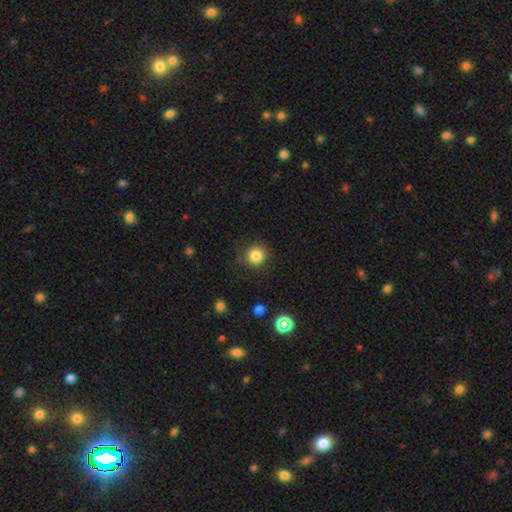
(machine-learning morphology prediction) type=smooth (83%); roundness=round (92%); merging=none (85%).